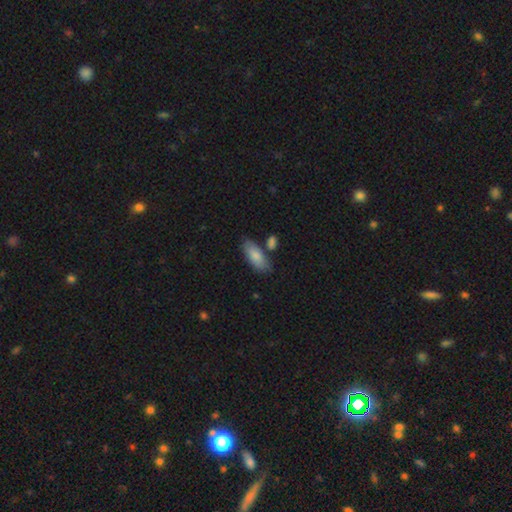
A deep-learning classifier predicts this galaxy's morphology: A smooth galaxy with no disk features (81%) that is in between round and cigar-shaped (83%). Merging: none (71%).